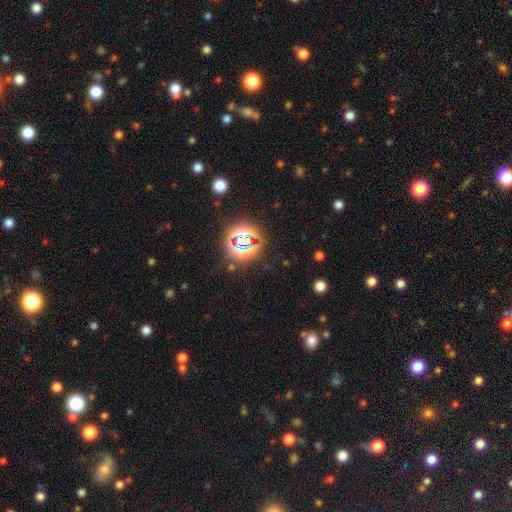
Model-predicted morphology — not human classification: type=star or artifact (80%).